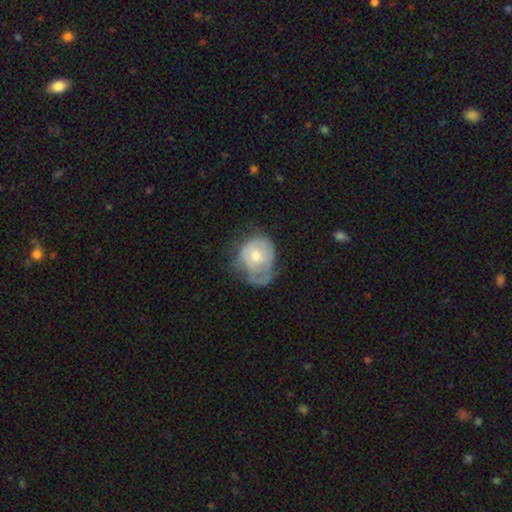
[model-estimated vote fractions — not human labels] Overall: featured or disk (47%, tied with smooth). Merging: major disturbance (36%; minor disturbance 34%).